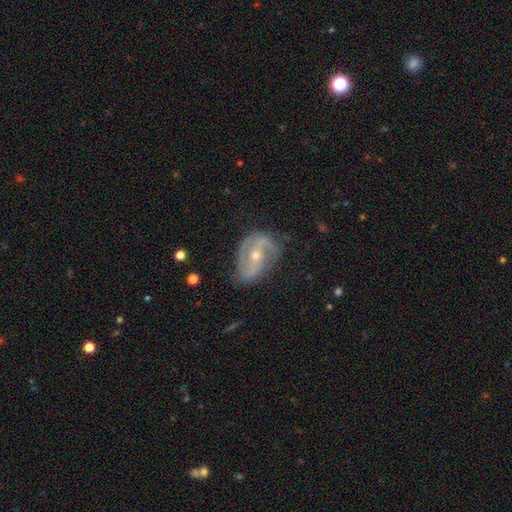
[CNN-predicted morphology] A featured or disk galaxy (85%) with a weak bar (35%), 2 (82%) medium (43%) spiral arms (93%) and a small central bulge (53%). Merging: none (65%).